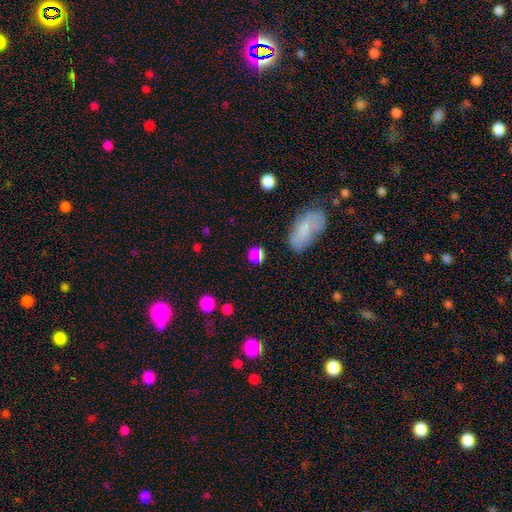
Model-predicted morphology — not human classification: The model was most divided on "how rounded": round: 69%, in between: 28%, cigar-shaped: 3%. More confident: merging — none (74%); smooth or featured — smooth (68%).